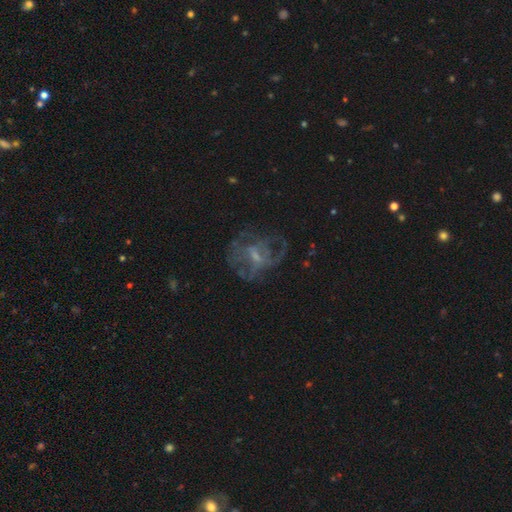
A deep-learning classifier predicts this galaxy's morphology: A featured or disk galaxy (67%) with no bar (48%), no spiral arms (53%) and a small central bulge (53%). Merging: none (49%).